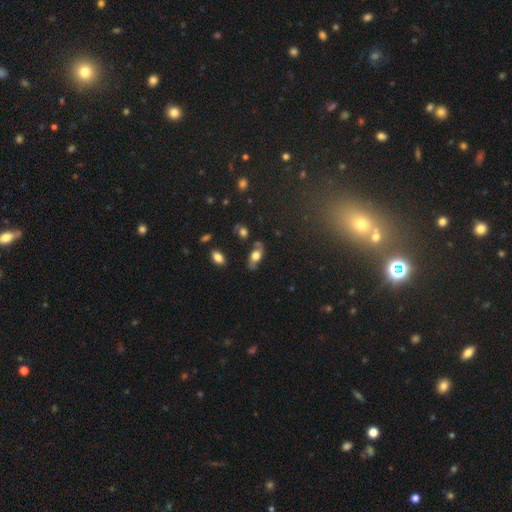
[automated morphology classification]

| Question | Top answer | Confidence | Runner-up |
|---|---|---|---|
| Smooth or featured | featured or disk | 47% | smooth (44%) |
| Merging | none | 69% | minor disturbance (20%) |